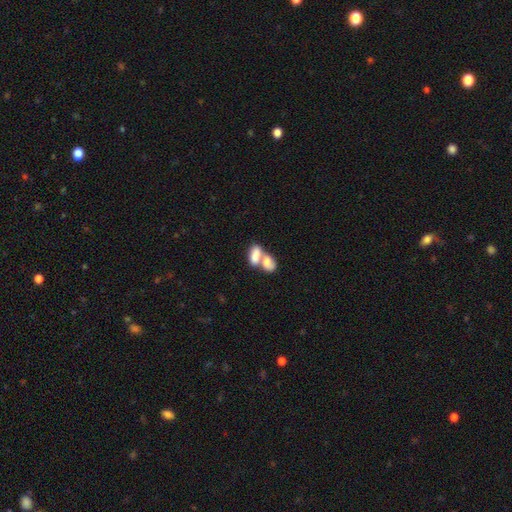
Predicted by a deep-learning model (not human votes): smooth-or-featured: smooth: 77% | featured or disk: 16% | star or artifact: 7%
  how-rounded: in between: 89% | round: 7% | cigar-shaped: 4%
  merging: merger: 73% | none: 17% | minor disturbance: 6% | major disturbance: 4%